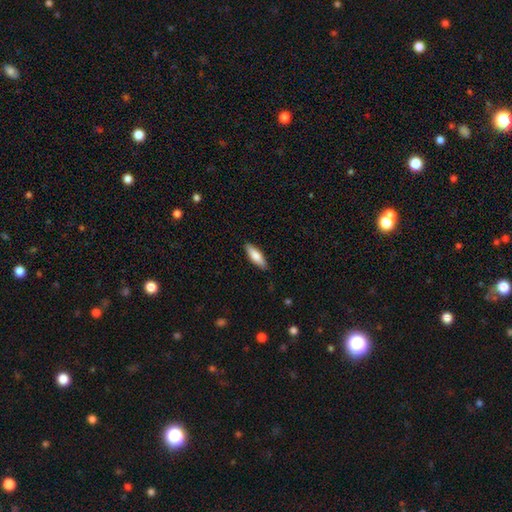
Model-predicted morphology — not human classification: A smooth galaxy with no disk features (78%) that is in between round and cigar-shaped (52%).

Vote fractions:
- Smooth or featured? smooth: 78% / featured or disk: 17% / star or artifact: 6%
- How rounded? in between: 52% / cigar-shaped: 46% / round: 2%
- Merging? none: 87% / minor disturbance: 10% / major disturbance: 2% / merger: 1%